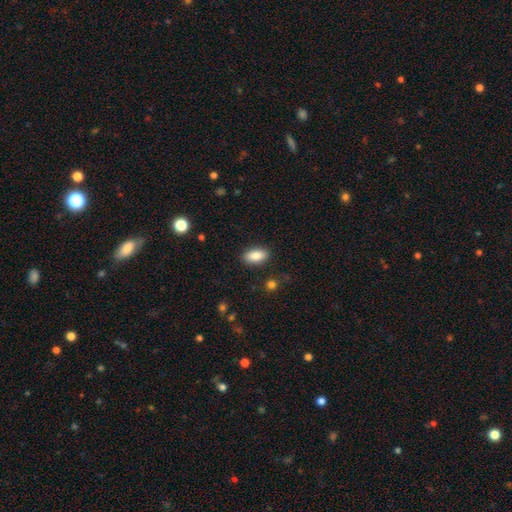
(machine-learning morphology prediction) Overall: smooth (85%). How rounded: in between (90%). Merging: none (88%).